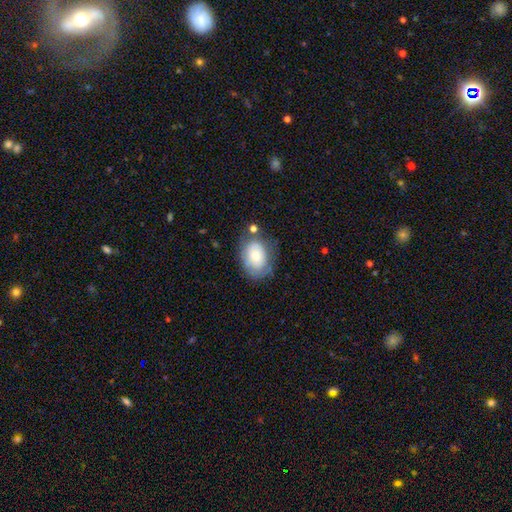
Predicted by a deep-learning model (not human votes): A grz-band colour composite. It shows a smooth galaxy with no disk features (71%) that is in between round and cigar-shaped (80%). Merging: none (64%).